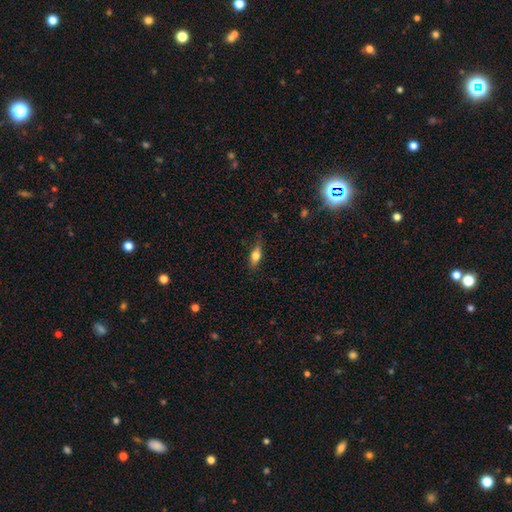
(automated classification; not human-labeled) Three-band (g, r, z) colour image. It shows a smooth galaxy with no disk features (67%) that is in between round and cigar-shaped (69%). Merging: none (75%).